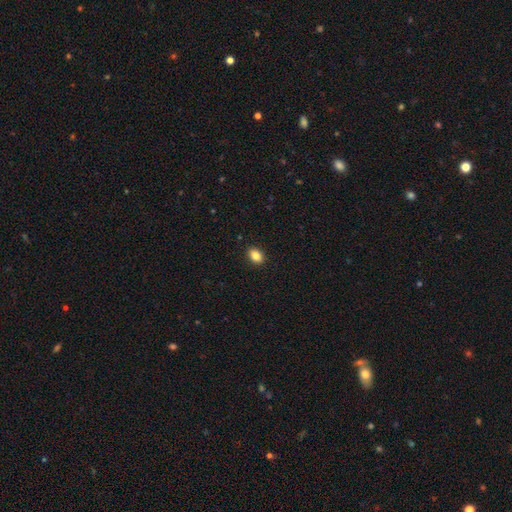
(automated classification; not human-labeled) smooth_or_featured: smooth (p=0.85) [alt: star or artifact p=0.09]
how_rounded: in between (p=0.75) [alt: round p=0.24]
merging: none (p=0.91) [alt: minor disturbance p=0.07]